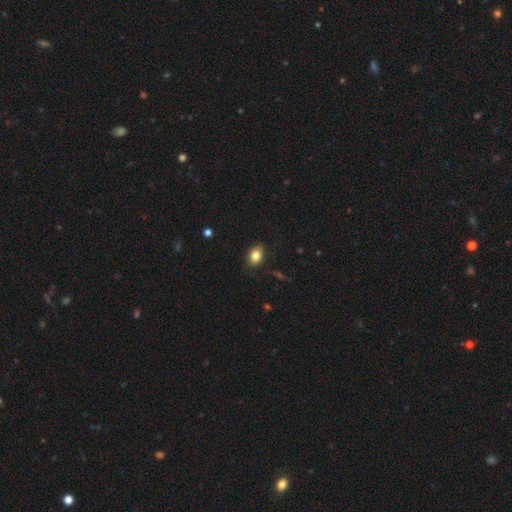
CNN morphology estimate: This is clearly a smooth galaxy (83%). How rounded: likely in between (71%). Merging: clearly none (83%).